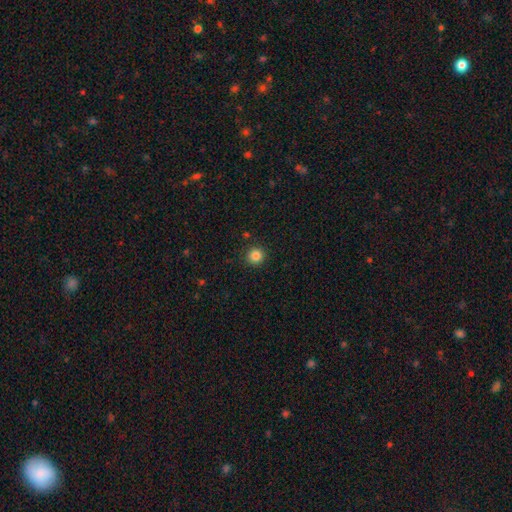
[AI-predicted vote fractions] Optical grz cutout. It shows a smooth galaxy with no disk features (84%) that is round (95%). Merging: none (92%).